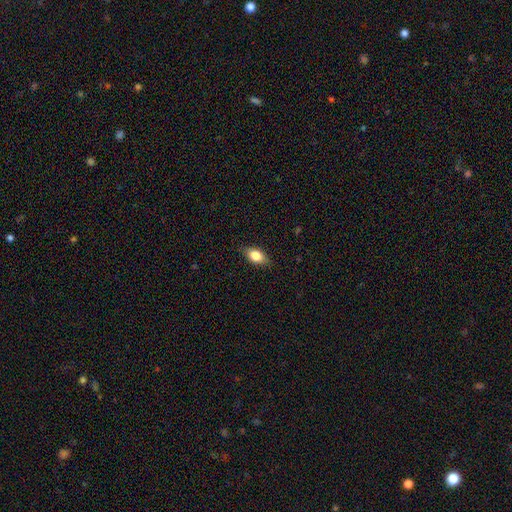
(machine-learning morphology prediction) smooth 80%, featured or disk 13%, star or artifact 8%. Down the decision tree: how rounded — in between (87%); merging — none (85%).